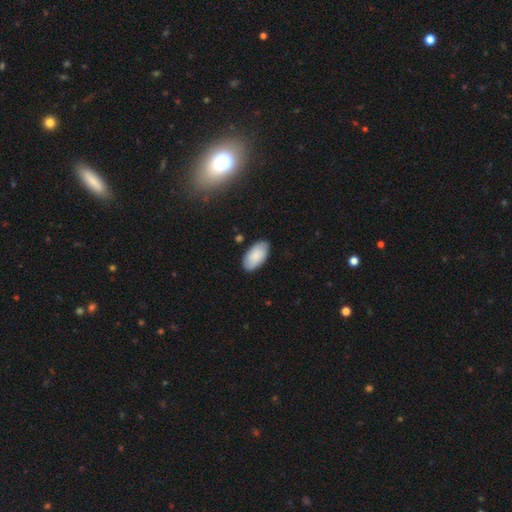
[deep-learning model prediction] This appears to be a smooth galaxy with no disk features (86%) that is in between round and cigar-shaped (96%). Merging: none (85%).